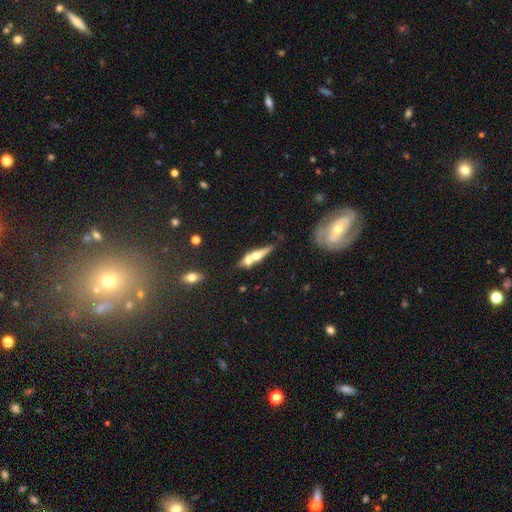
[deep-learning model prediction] This appears to be a featured or disk galaxy (54%) viewed edge-on (83%). Merging: merger (43%).